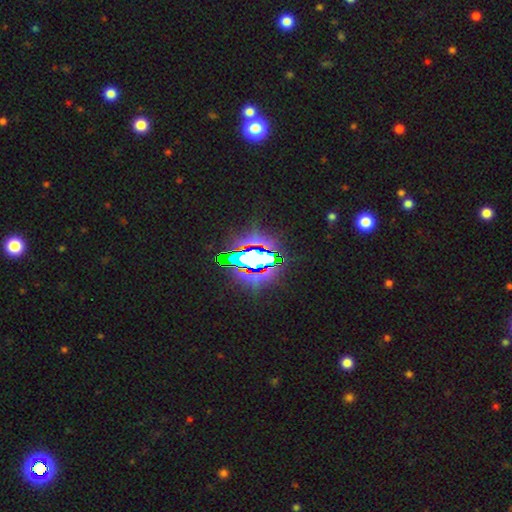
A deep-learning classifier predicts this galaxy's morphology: The model was most divided on "smooth or featured": star or artifact: 68%, smooth: 17%, featured or disk: 15%.